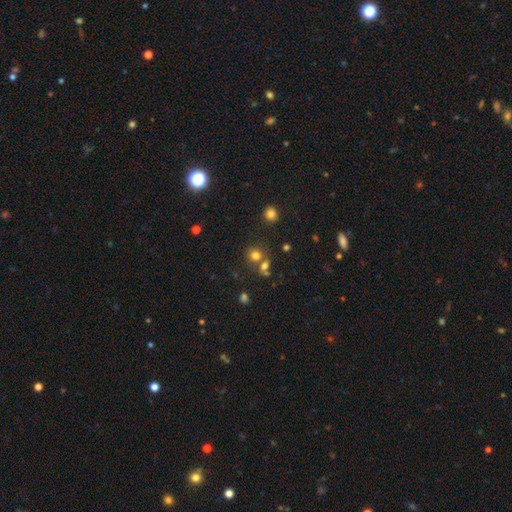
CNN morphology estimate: Smooth or featured?
  - smooth: 73% *
  - star or artifact: 18%
  - featured or disk: 9%
How rounded?
  - round: 80% *
  - in between: 19%
  - cigar-shaped: 1%
Merging?
  - none: 58% *
  - merger: 29%
  - minor disturbance: 9%
  - major disturbance: 4%